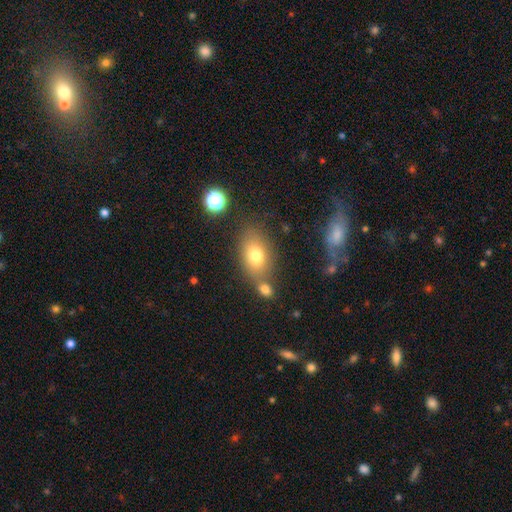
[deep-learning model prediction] Smooth or featured? smooth (76%)
How rounded? in between (81%)
Merging? none (62%)